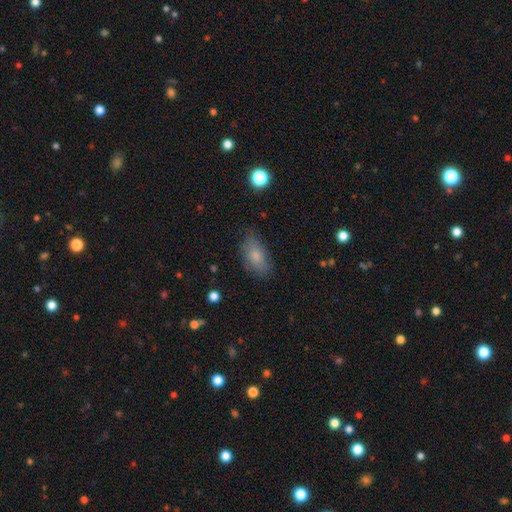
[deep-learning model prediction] This appears to be a smooth galaxy with no disk features (78%) that is in between round and cigar-shaped (89%). Merging: none (75%).